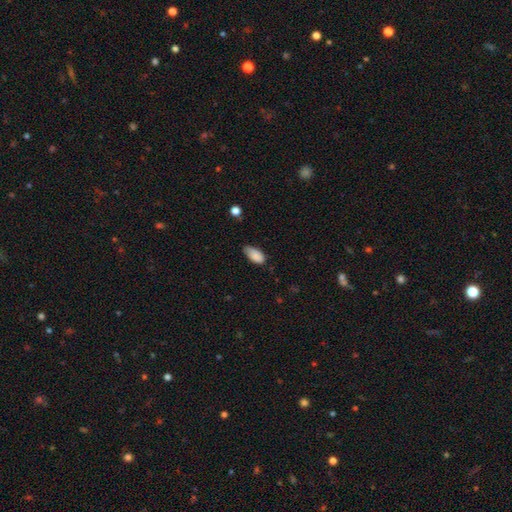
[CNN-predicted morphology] Smooth or featured? smooth (87%)
How rounded? in between (93%)
Merging? none (54%)